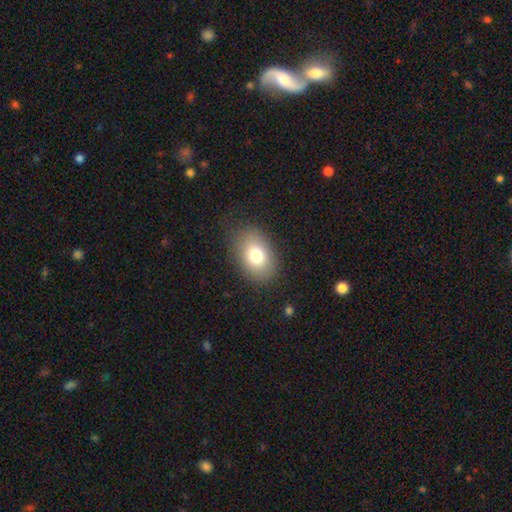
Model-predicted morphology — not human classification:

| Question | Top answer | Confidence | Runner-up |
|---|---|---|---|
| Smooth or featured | smooth | 77% | featured or disk (13%) |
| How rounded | in between | 79% | round (20%) |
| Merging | none | 80% | minor disturbance (14%) |